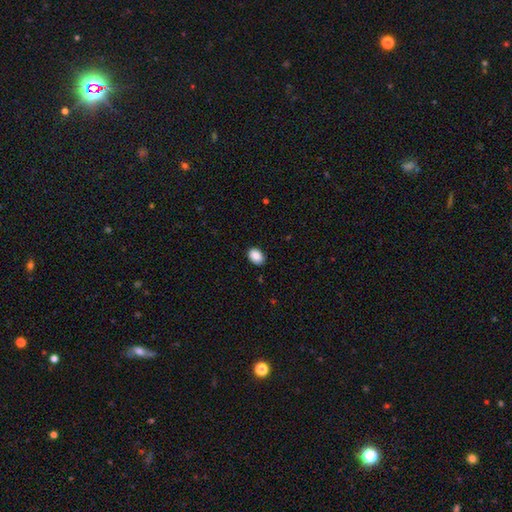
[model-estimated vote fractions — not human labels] Smooth or featured? Predicted: smooth (p=0.90). How rounded? Predicted: in between (p=0.78). Merging? Predicted: none (p=0.87).